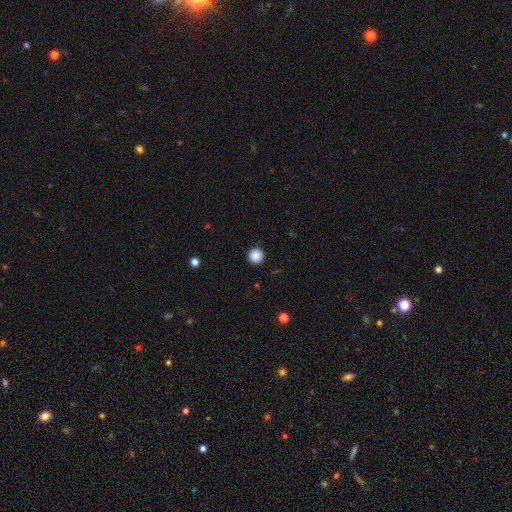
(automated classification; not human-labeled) smooth 87%, star or artifact 10%, featured or disk 2%. Down the decision tree: how rounded — round (95%); merging — none (90%).